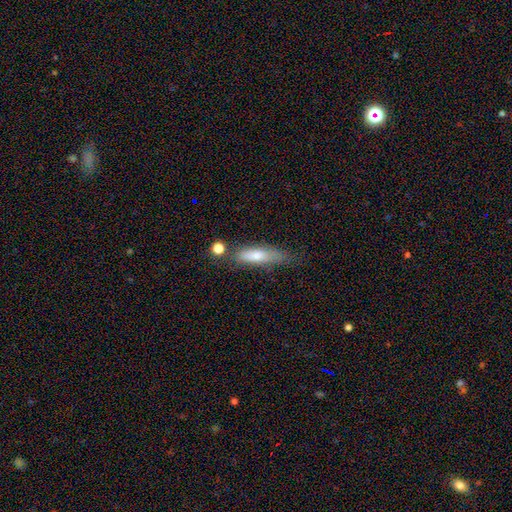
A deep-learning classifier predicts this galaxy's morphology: Smooth or featured? Predicted: smooth (p=0.67). How rounded? Predicted: cigar-shaped (p=0.71). Merging? Predicted: none (p=0.58).